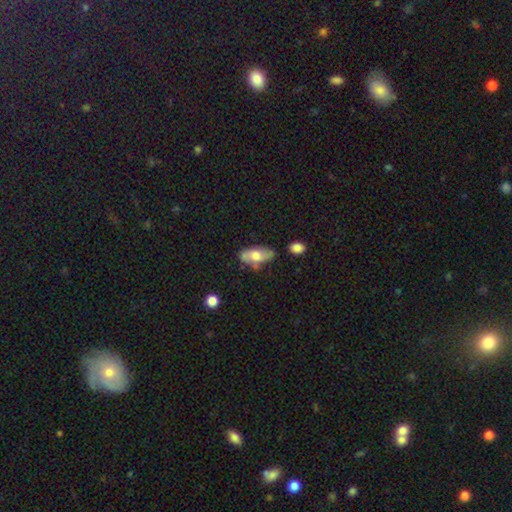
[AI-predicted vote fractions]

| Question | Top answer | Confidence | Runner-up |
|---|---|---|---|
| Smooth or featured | smooth | 55% | featured or disk (39%) |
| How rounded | in between | 84% | cigar-shaped (12%) |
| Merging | none | 63% | minor disturbance (24%) |